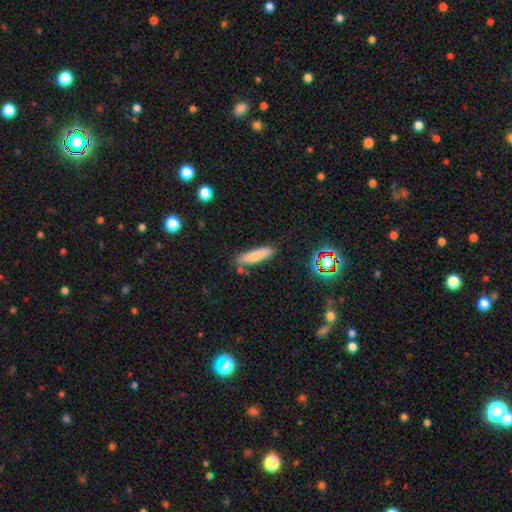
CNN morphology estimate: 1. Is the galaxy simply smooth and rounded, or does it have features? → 77% smooth, 15% featured or disk, 9% star or artifact.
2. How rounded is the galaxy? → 75% cigar-shaped, 23% in between, 2% round.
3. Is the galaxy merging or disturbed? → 80% none, 12% minor disturbance, 4% merger, 3% major disturbance.